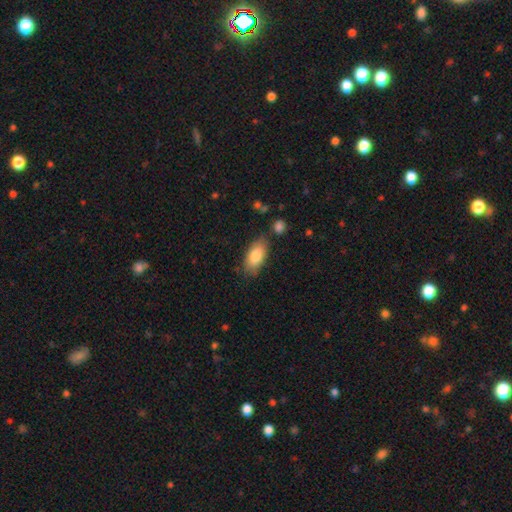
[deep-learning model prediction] Q: Smooth or featured?
A: smooth (82%); runner-up: featured or disk (12%)
Q: How rounded?
A: in between (90%); runner-up: cigar-shaped (7%)
Q: Merging?
A: none (76%); runner-up: minor disturbance (16%)